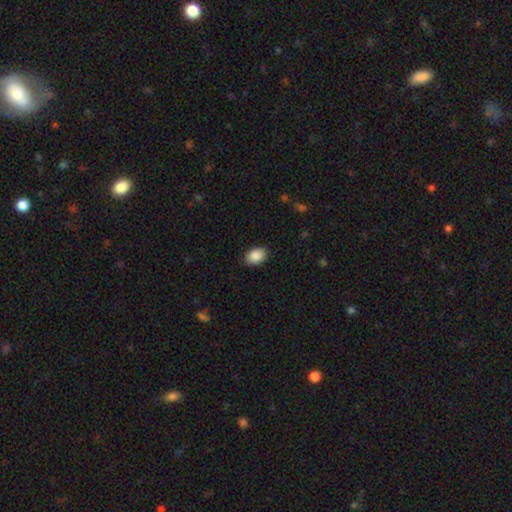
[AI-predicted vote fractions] Overall: smooth (89%). How rounded: in between (81%). Merging: none (88%).